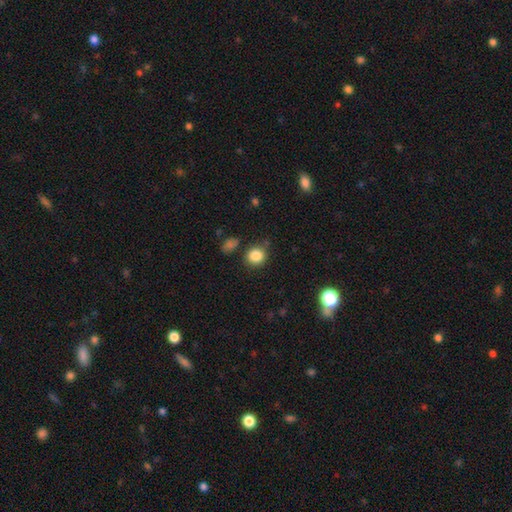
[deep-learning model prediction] Q: Smooth or featured?
A: smooth (86%); runner-up: star or artifact (10%)
Q: How rounded?
A: round (82%); runner-up: in between (17%)
Q: Merging?
A: none (79%); runner-up: minor disturbance (12%)